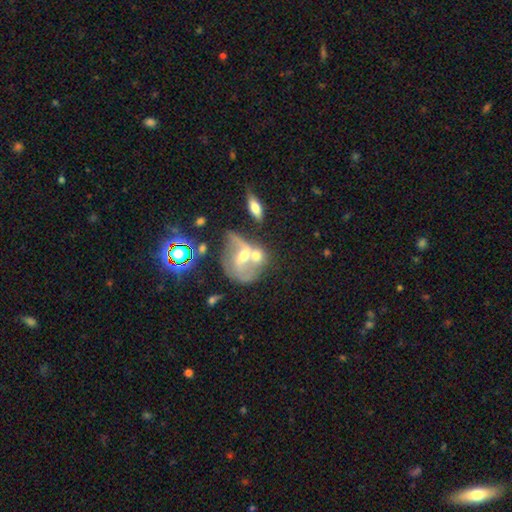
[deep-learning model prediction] Morphology: type=featured or disk (53%); edge-on=no (94%); merging=merger (53%).